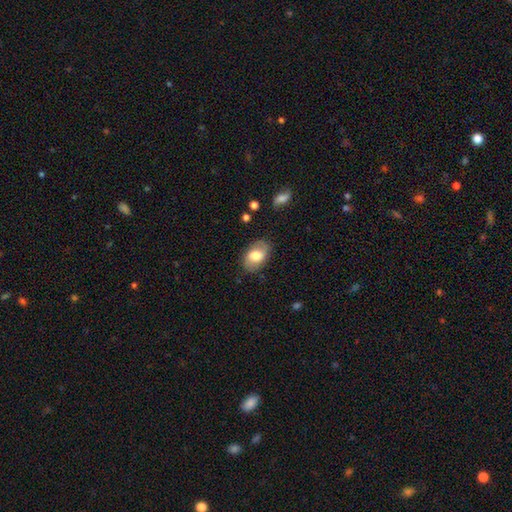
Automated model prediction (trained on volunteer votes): A smooth galaxy with no disk features (66%) that is in between round and cigar-shaped (88%). Merging: none (79%).